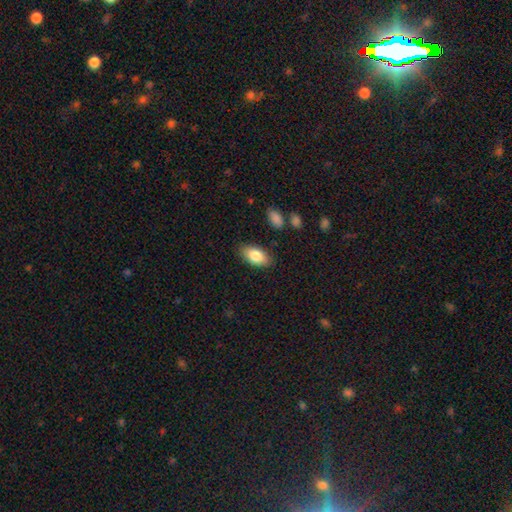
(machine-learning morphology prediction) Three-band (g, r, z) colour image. It shows a smooth galaxy with no disk features (85%) that is in between round and cigar-shaped (93%). Merging: none (85%).